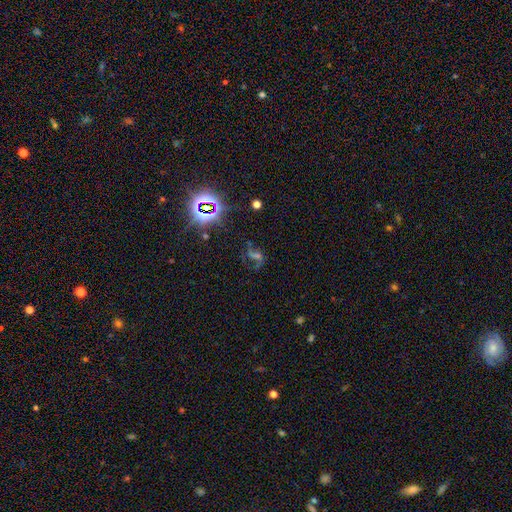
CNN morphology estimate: Smooth or featured? Predicted: star or artifact (p=0.44).